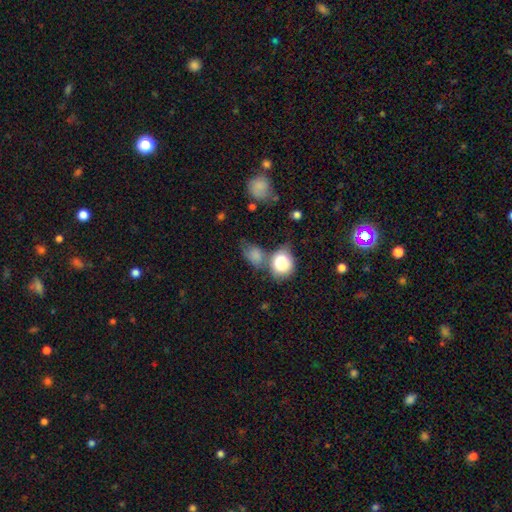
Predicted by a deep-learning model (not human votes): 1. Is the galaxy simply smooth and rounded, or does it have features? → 78% smooth, 12% featured or disk, 9% star or artifact.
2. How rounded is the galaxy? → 59% in between, 39% round, 2% cigar-shaped.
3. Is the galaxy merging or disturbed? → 39% merger, 30% none, 19% minor disturbance, 12% major disturbance.